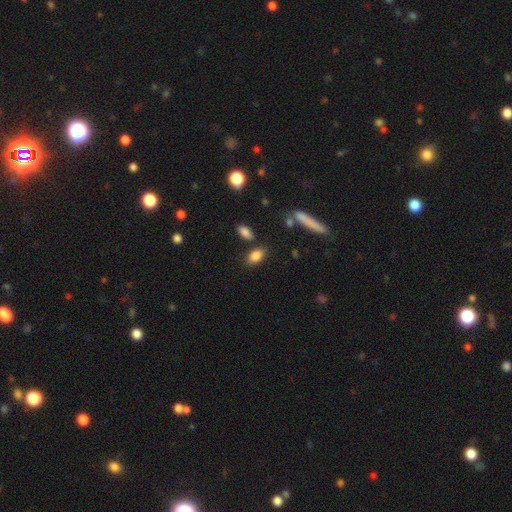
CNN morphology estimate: Smooth or featured?
  - smooth: 85% *
  - star or artifact: 8%
  - featured or disk: 6%
How rounded?
  - in between: 87% *
  - round: 8%
  - cigar-shaped: 5%
Merging?
  - none: 76% *
  - minor disturbance: 12%
  - merger: 8%
  - major disturbance: 4%